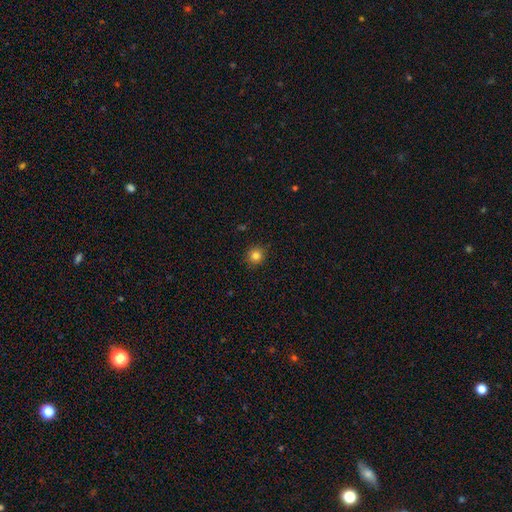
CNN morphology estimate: Overall: smooth (82%). How rounded: round (93%). Merging: none (90%).